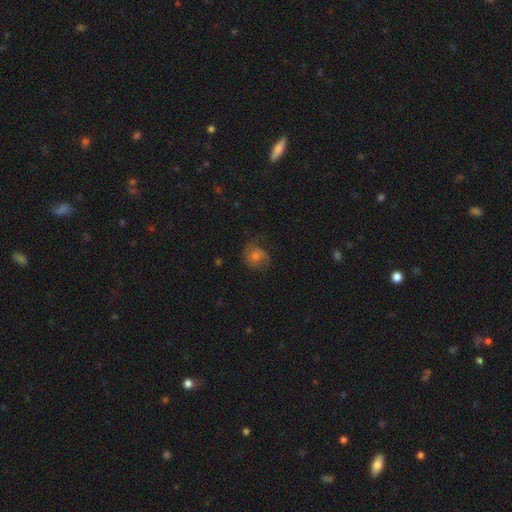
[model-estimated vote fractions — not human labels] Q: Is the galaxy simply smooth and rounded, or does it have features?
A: smooth — 53%.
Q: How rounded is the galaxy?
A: round — 73%.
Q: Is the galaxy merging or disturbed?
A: none — 60%.